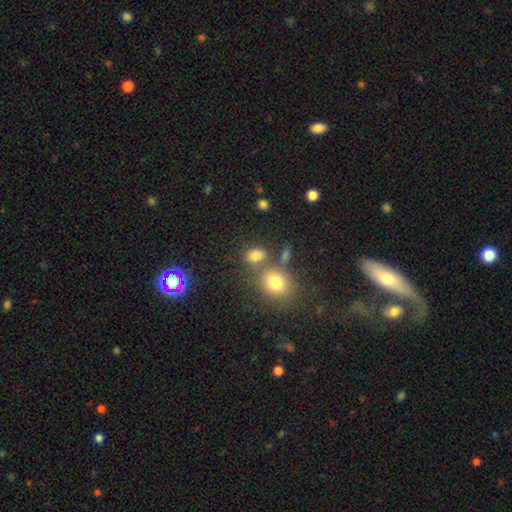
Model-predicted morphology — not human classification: A smooth galaxy with no disk features (77%) that is in between round and cigar-shaped (68%). Merging: none (58%).